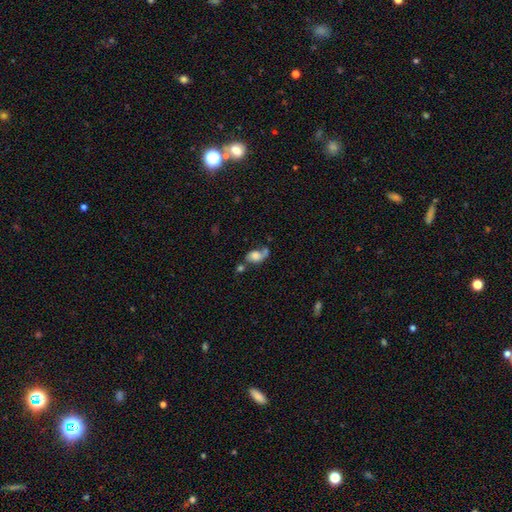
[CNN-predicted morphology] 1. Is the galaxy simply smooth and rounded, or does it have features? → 56% smooth, 33% featured or disk, 12% star or artifact.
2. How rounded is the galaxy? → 74% in between, 23% round, 3% cigar-shaped.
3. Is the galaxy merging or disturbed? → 34% merger, 27% none, 21% major disturbance, 18% minor disturbance.